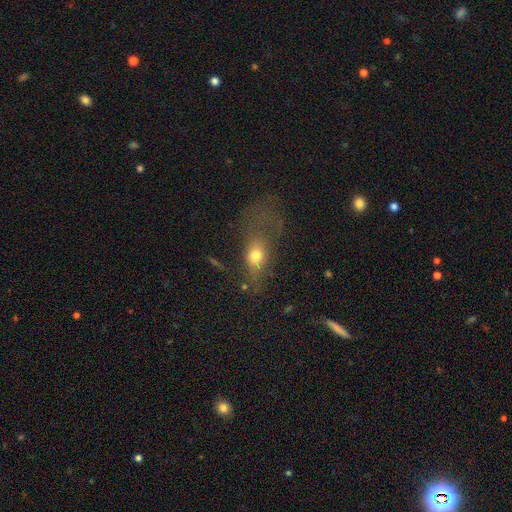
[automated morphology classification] A smooth galaxy with no disk features (65%) that is in between round and cigar-shaped (64%). Merging: major disturbance (40%).